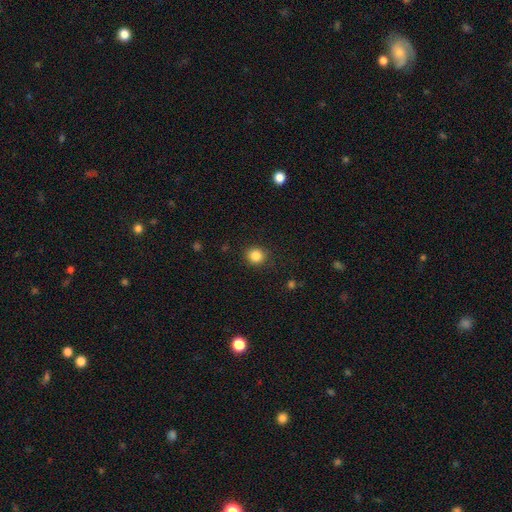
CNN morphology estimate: Q: Smooth or featured?
A: smooth (84%); runner-up: star or artifact (11%)
Q: How rounded?
A: round (88%); runner-up: in between (11%)
Q: Merging?
A: none (89%); runner-up: minor disturbance (7%)